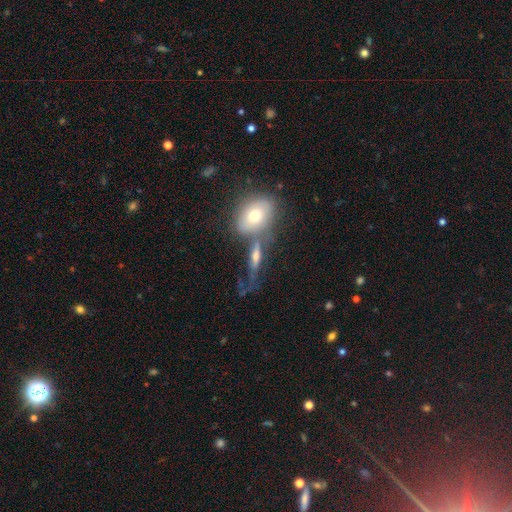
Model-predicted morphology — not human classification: smooth-or-featured: featured or disk: 44% | smooth: 43% | star or artifact: 13%
  merging: none: 37% | merger: 33% | minor disturbance: 16% | major disturbance: 14%